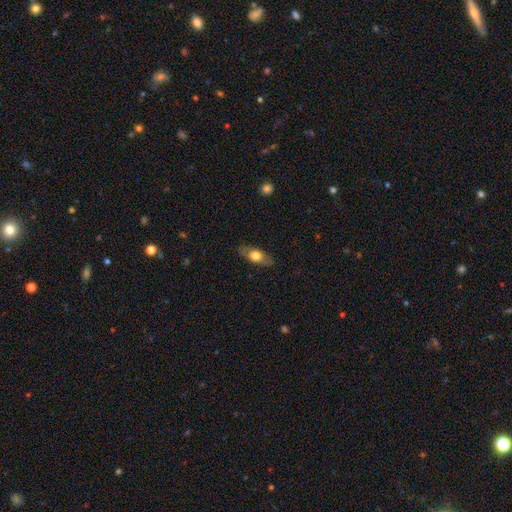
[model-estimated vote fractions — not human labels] smooth 59%, featured or disk 35%, star or artifact 6%. Down the decision tree: how rounded — in between (79%); merging — none (84%).